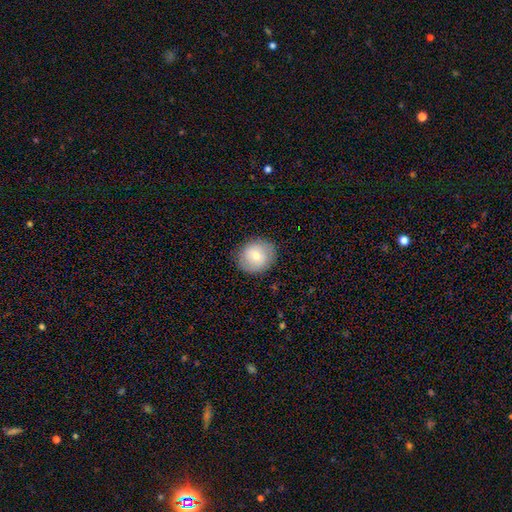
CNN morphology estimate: smooth 63%, featured or disk 28%, star or artifact 8%. Down the decision tree: how rounded — round (74%); merging — none (85%).